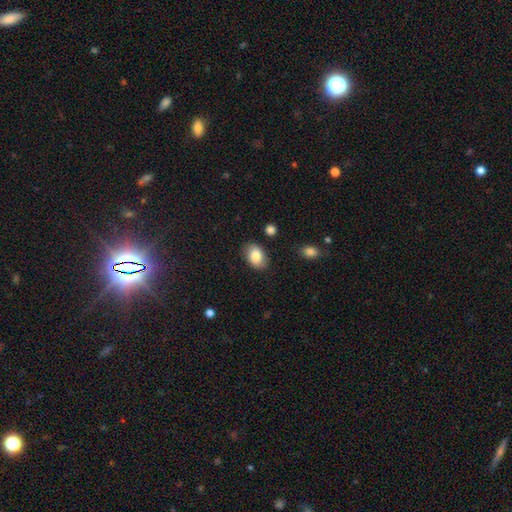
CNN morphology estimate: smooth-or-featured: smooth: 84% | featured or disk: 9% | star or artifact: 7%
  how-rounded: in between: 85% | round: 13% | cigar-shaped: 1%
  merging: none: 83% | minor disturbance: 12% | major disturbance: 3% | merger: 2%